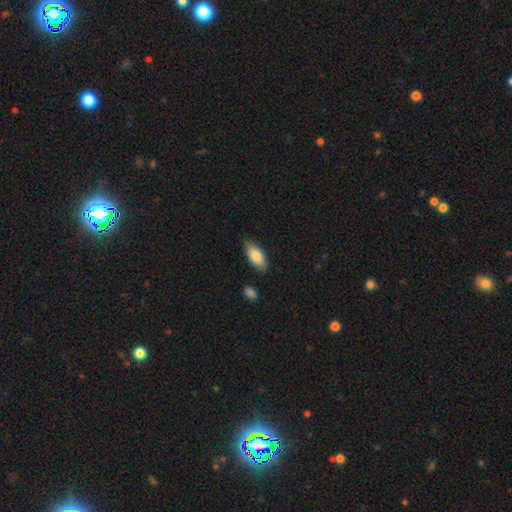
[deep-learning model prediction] Smooth or featured? Predicted: smooth (p=0.85). How rounded? Predicted: in between (p=0.85). Merging? Predicted: none (p=0.84).